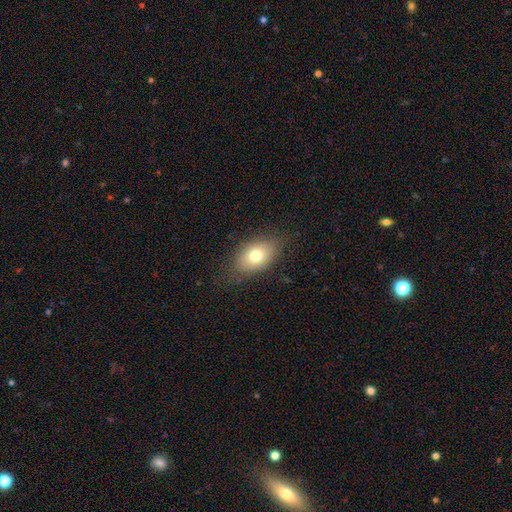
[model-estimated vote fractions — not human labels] A smooth galaxy with no disk features (74%) that is in between round and cigar-shaped (84%). Merging: none (77%).